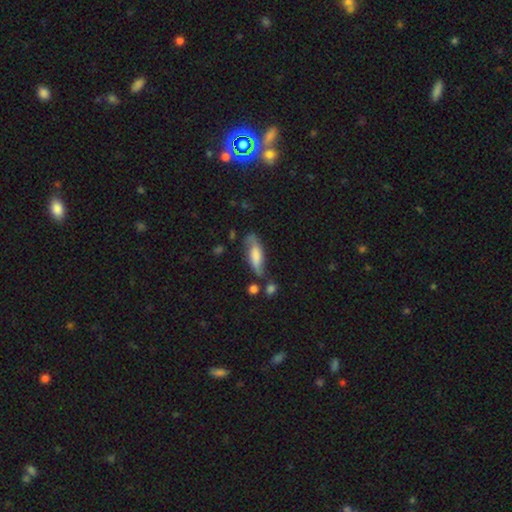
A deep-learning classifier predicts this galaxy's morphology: Q: Smooth or featured?
A: smooth (51%); runner-up: featured or disk (41%)
Q: How rounded?
A: in between (60%); runner-up: cigar-shaped (37%)
Q: Merging?
A: none (55%); runner-up: minor disturbance (26%)